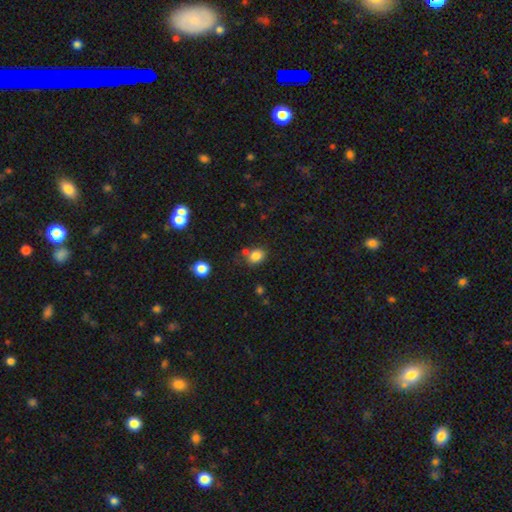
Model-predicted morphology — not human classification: A smooth galaxy with no disk features (83%) that is in between round and cigar-shaped (51%).

Vote fractions:
- Smooth or featured? smooth: 83% / star or artifact: 11% / featured or disk: 6%
- How rounded? in between: 51% / round: 49% / cigar-shaped: 1%
- Merging? none: 69% / minor disturbance: 15% / merger: 12% / major disturbance: 4%